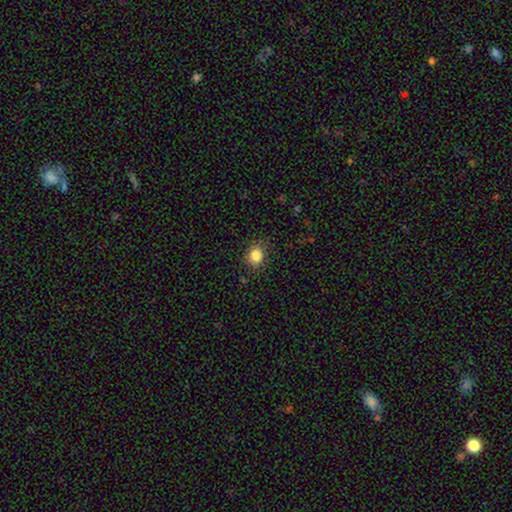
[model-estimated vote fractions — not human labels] Morphology: type=smooth (85%); roundness=round (67%); merging=none (83%).